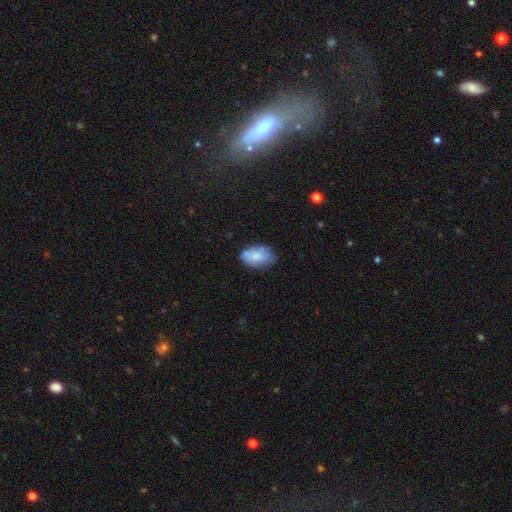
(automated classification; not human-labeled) This is likely a smooth galaxy (73%). How rounded: clearly in between (90%). Merging: likely none (64%).